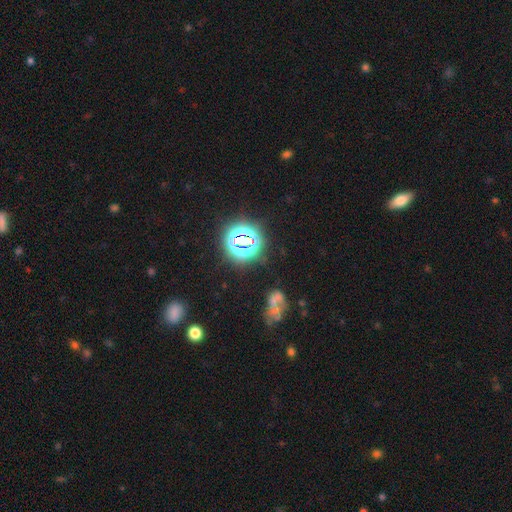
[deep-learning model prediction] This appears to be a star or artifact, not a galaxy (75%).